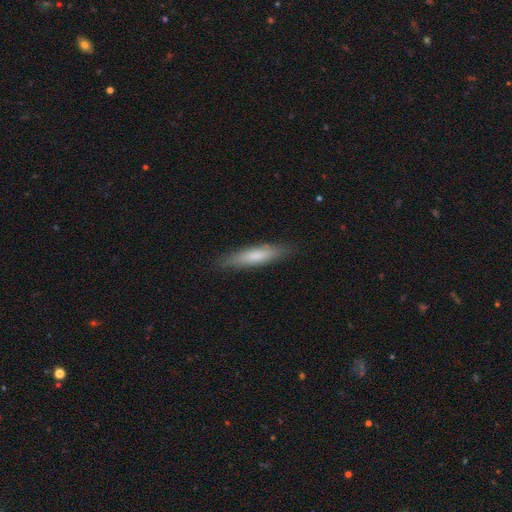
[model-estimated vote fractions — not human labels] Q: Smooth or featured?
A: smooth (72%); runner-up: featured or disk (22%)
Q: How rounded?
A: cigar-shaped (83%); runner-up: in between (16%)
Q: Merging?
A: none (86%); runner-up: minor disturbance (11%)